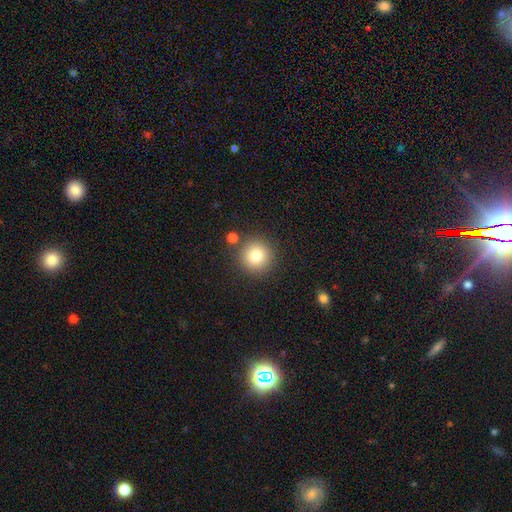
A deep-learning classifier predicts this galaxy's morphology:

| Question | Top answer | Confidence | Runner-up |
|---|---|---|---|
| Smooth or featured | smooth | 81% | star or artifact (11%) |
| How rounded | round | 95% | in between (4%) |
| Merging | none | 84% | minor disturbance (7%) |